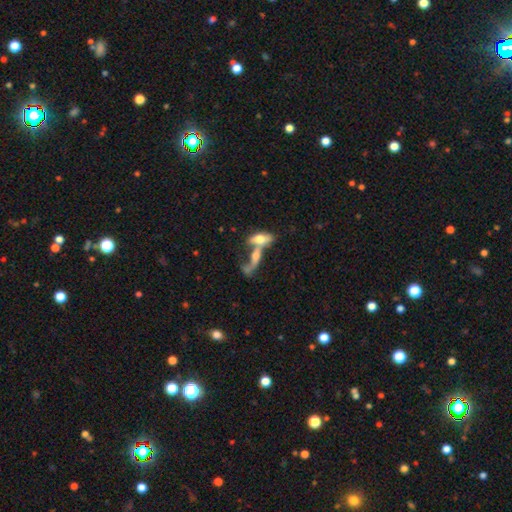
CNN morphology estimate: Smooth or featured? Predicted: smooth (p=0.47). Merging? Predicted: merger (p=0.65).